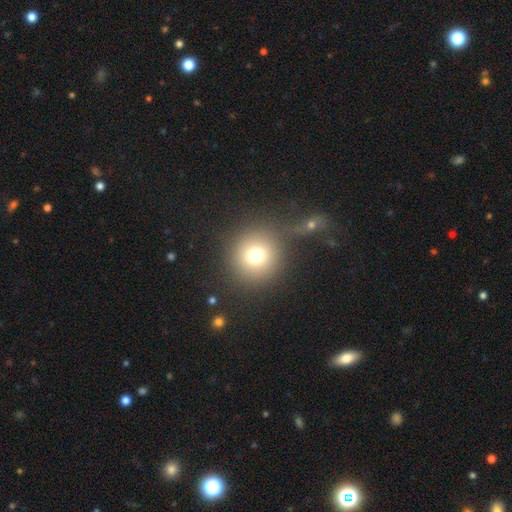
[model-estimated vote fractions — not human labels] This appears to be a smooth galaxy with no disk features (73%) that is round (93%). Merging: none (73%).